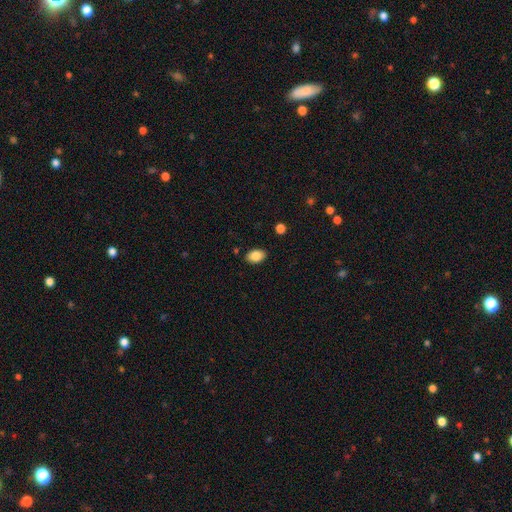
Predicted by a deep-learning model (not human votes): smooth 87%, star or artifact 8%, featured or disk 6%. Down the decision tree: how rounded — in between (86%); merging — none (86%).